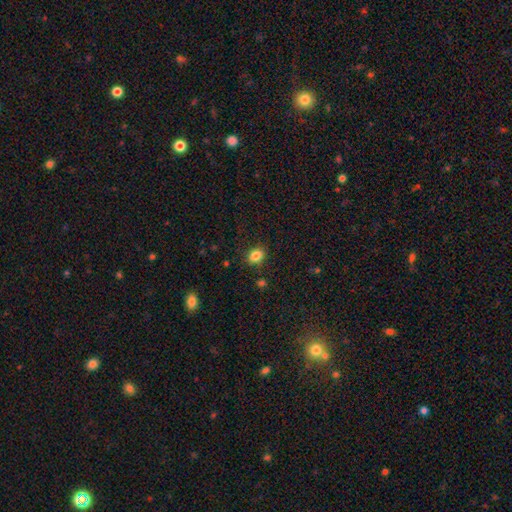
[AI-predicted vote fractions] Smooth or featured: smooth — 84% (star or artifact — 11%)
How rounded: round — 50% (in between — 49%)
Merging: none — 86% (minor disturbance — 10%)